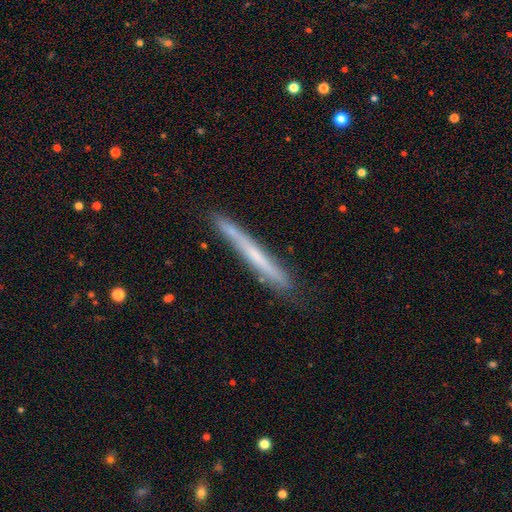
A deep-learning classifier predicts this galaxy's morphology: type=featured or disk (47%); merging=none (82%).